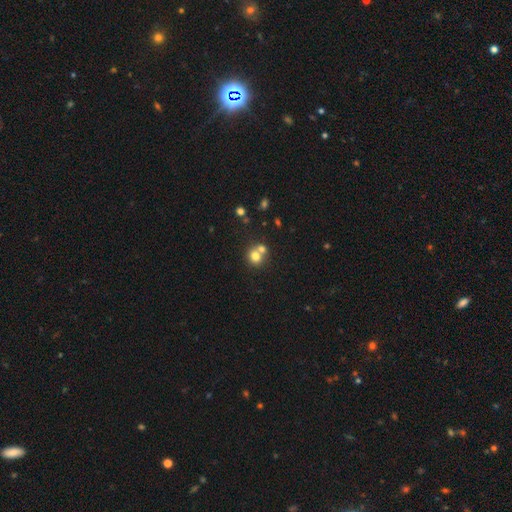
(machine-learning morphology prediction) Smooth or featured: smooth — 74% (star or artifact — 13%)
How rounded: round — 83% (in between — 16%)
Merging: none — 46% (merger — 44%)